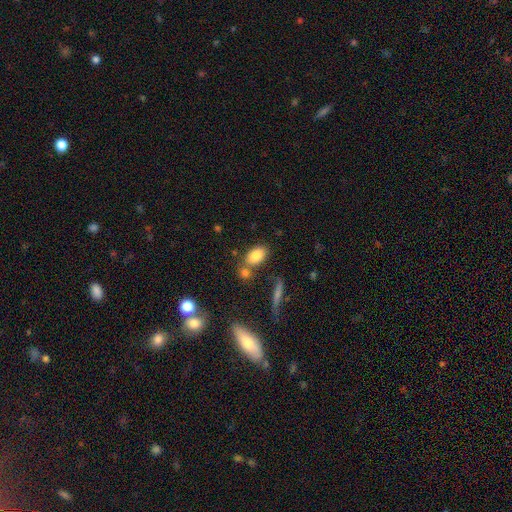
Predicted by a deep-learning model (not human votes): Smooth or featured? smooth (83%)
How rounded? in between (88%)
Merging? none (63%)